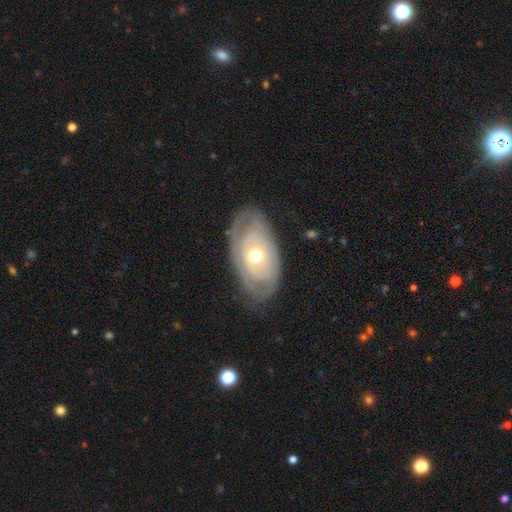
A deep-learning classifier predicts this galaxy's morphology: type=featured or disk (65%); edge-on=no (91%); bar=no (87%); spiral arms=yes (51%); bulge=moderate (66%); merging=none (74%).